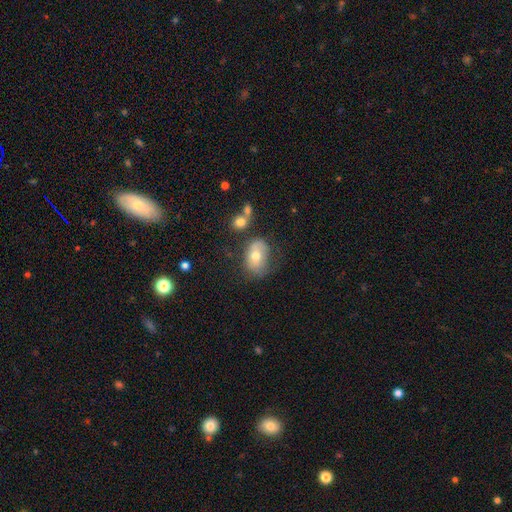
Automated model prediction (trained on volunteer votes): This is likely a smooth galaxy (64%). How rounded: likely in between (78%). Merging: possibly none (47%).